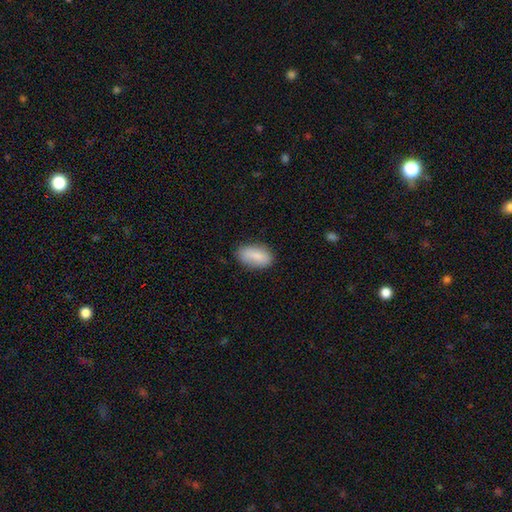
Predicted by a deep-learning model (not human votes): smooth_or_featured: smooth (p=0.86) [alt: featured or disk p=0.07]
how_rounded: in between (p=0.92) [alt: round p=0.04]
merging: none (p=0.79) [alt: minor disturbance p=0.16]